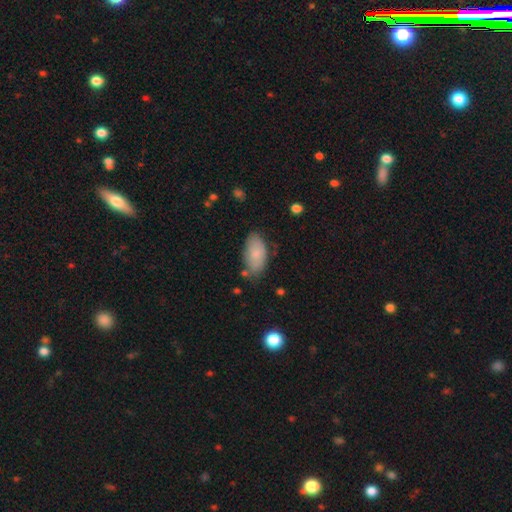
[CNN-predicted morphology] Overall: smooth (78%). How rounded: in between (94%). Merging: none (70%).